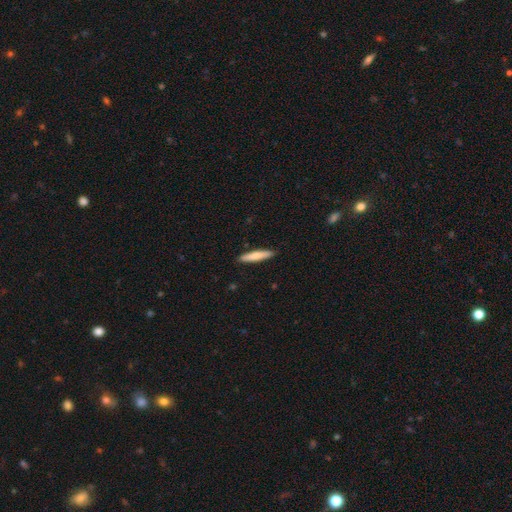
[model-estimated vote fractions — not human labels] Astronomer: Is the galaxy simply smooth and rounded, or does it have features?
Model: smooth — 74%.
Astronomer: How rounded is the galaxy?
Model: cigar-shaped — 89%.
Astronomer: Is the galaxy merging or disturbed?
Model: none — 90%.